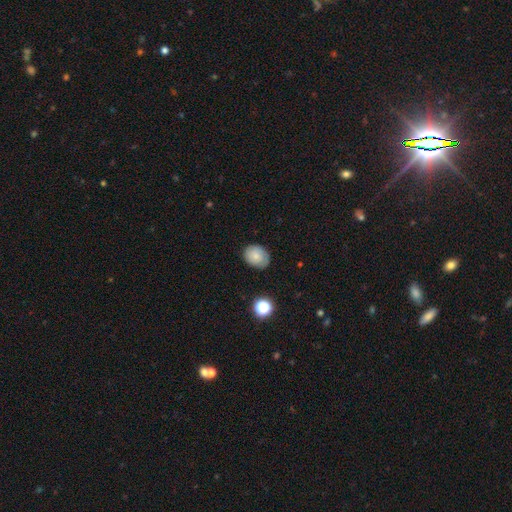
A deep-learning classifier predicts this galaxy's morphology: Smooth or featured? smooth (70%)
How rounded? in between (56%)
Merging? none (80%)